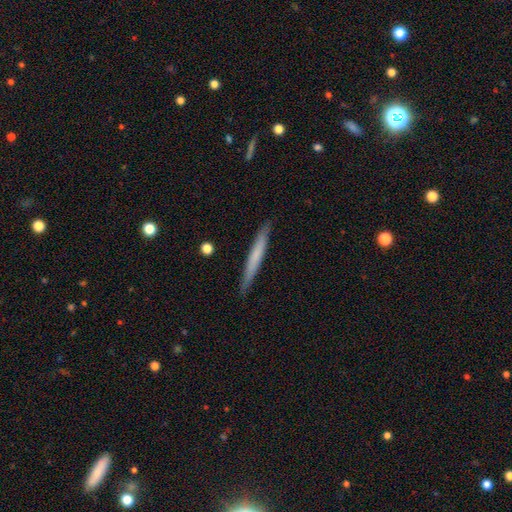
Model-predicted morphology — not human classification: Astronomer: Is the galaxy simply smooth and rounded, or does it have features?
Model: smooth — 59% (runner-up: featured or disk, 35%).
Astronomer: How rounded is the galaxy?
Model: cigar-shaped — 96%.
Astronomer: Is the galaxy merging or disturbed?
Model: none — 89%.